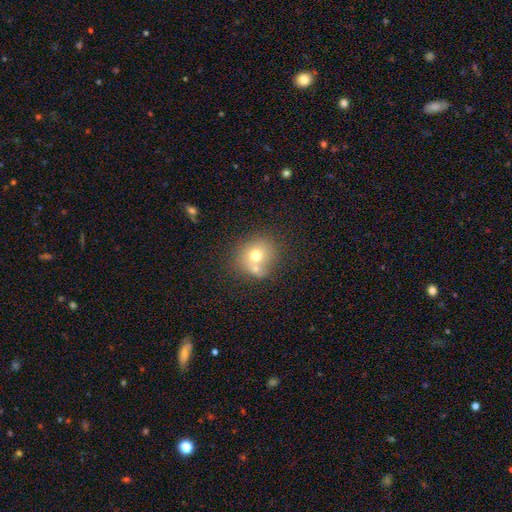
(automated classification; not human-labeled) smooth 66%, featured or disk 21%, star or artifact 13%. Down the decision tree: how rounded — round (78%); merging — merger (42%).